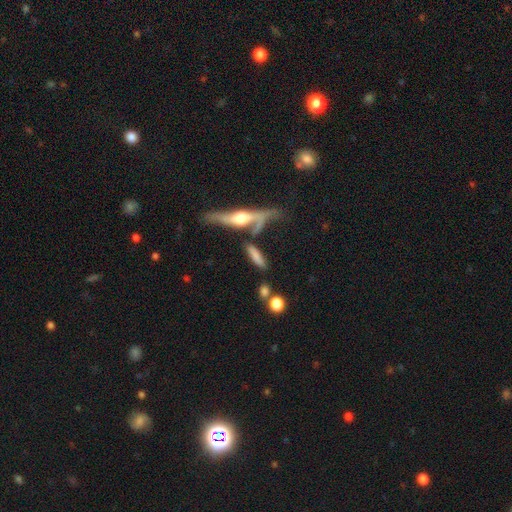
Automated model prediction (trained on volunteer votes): Smooth or featured: smooth — 63% (featured or disk — 29%)
How rounded: cigar-shaped — 55% (in between — 40%)
Merging: none — 49% (merger — 26%)